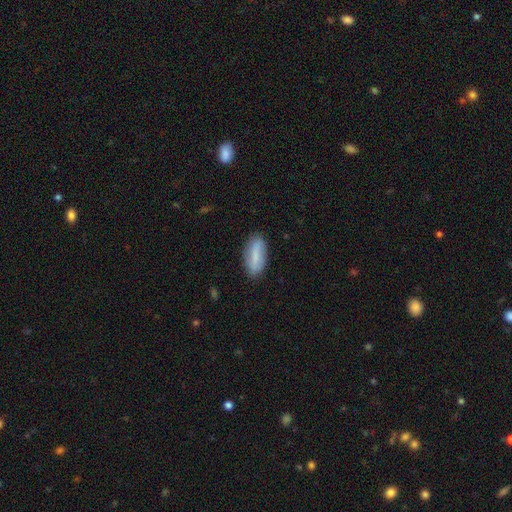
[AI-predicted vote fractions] Q: Smooth or featured?
A: smooth (68%); runner-up: featured or disk (25%)
Q: How rounded?
A: in between (74%); runner-up: cigar-shaped (23%)
Q: Merging?
A: none (83%); runner-up: minor disturbance (13%)